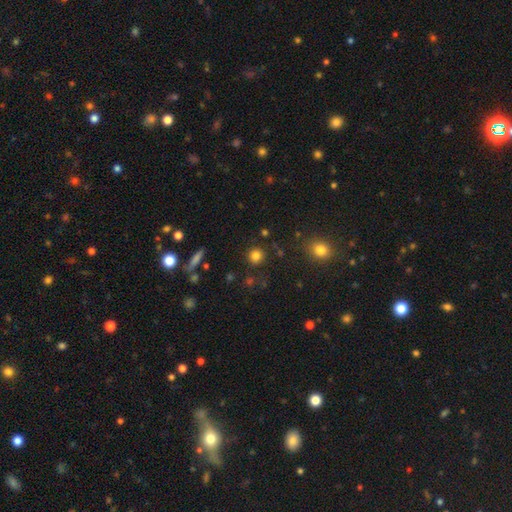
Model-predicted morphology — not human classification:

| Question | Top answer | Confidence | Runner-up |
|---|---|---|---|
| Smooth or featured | smooth | 81% | star or artifact (13%) |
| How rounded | round | 92% | in between (7%) |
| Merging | none | 87% | minor disturbance (7%) |